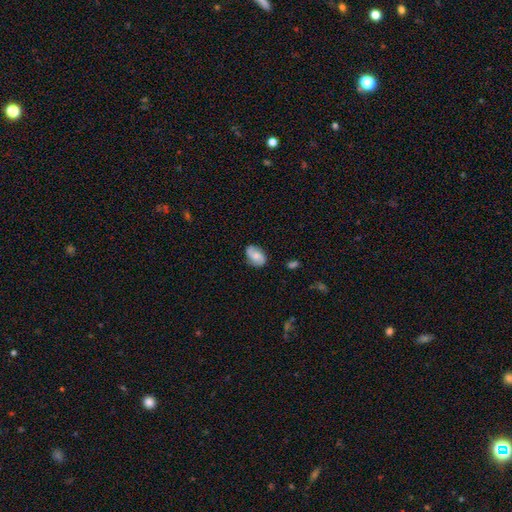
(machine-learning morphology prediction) A smooth galaxy with no disk features (50%) that is in between round and cigar-shaped (86%).

Vote fractions:
- Smooth or featured? smooth: 50% / featured or disk: 42% / star or artifact: 8%
- How rounded? in between: 86% / round: 12% / cigar-shaped: 2%
- Merging? none: 79% / minor disturbance: 16% / major disturbance: 4% / merger: 2%